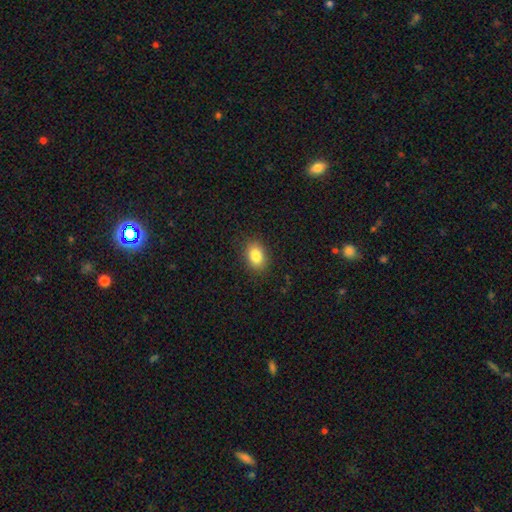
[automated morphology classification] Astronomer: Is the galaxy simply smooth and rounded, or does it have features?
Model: smooth — 84%.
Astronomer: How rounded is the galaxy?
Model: in between — 80%.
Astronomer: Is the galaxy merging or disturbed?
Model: none — 88%.